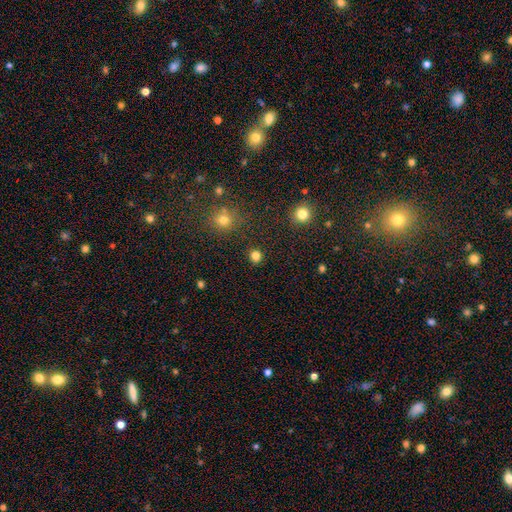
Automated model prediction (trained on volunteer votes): Overall: smooth (82%). How rounded: round (87%). Merging: none (89%).